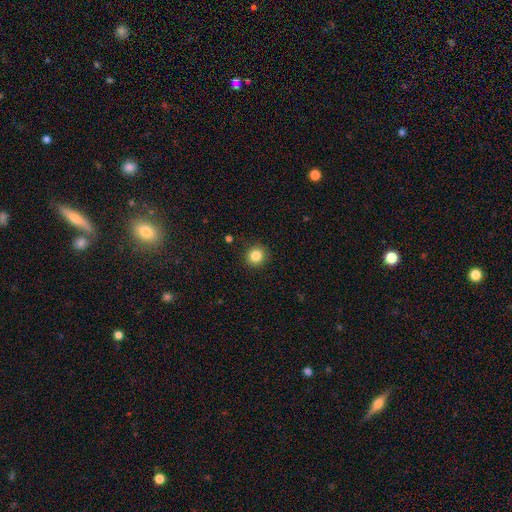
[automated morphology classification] Smooth or featured: smooth — 84% (star or artifact — 11%)
How rounded: round — 89% (in between — 10%)
Merging: none — 90% (minor disturbance — 7%)